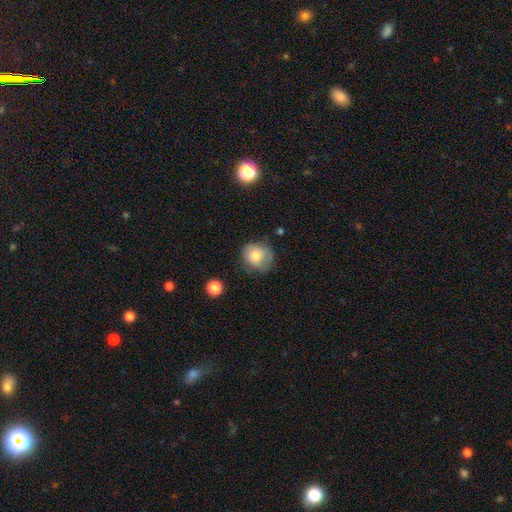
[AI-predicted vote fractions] smooth 76%, featured or disk 15%, star or artifact 9%. Down the decision tree: how rounded — round (82%); merging — none (66%).